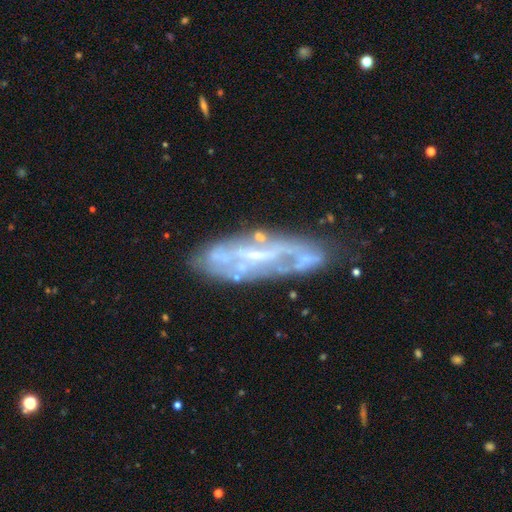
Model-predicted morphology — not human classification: This is likely a featured or disk galaxy (75%). It is likely not viewed edge-on (74%). Bar: marginally no (41%). Spiral arm pattern: possibly yes (54%). Central bulge: possibly small (49%). Merging: likely none (64%).